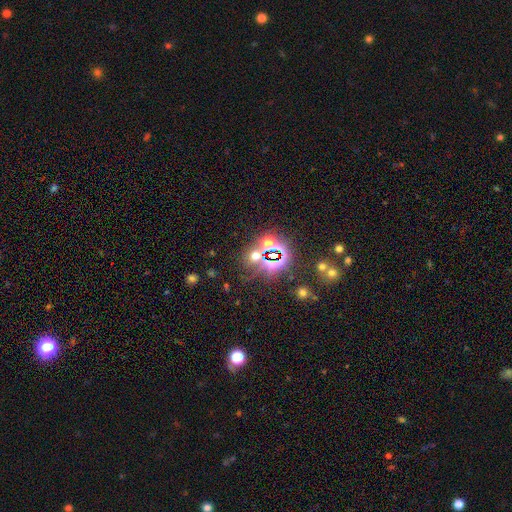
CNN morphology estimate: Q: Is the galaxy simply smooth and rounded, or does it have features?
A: star or artifact — 52%.